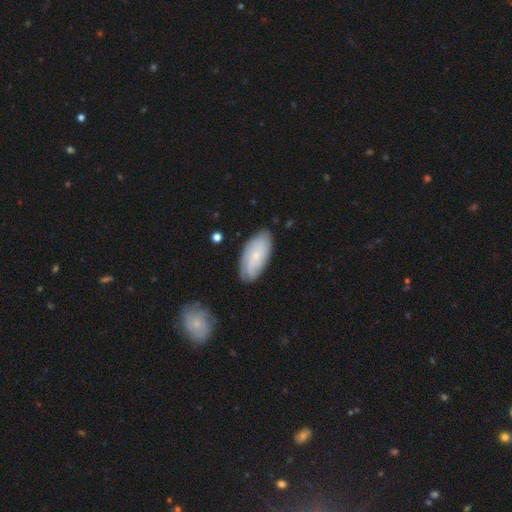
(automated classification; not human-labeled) smooth-or-featured: featured or disk: 48% | smooth: 45% | star or artifact: 7%
  merging: none: 77% | minor disturbance: 17% | major disturbance: 4% | merger: 2%